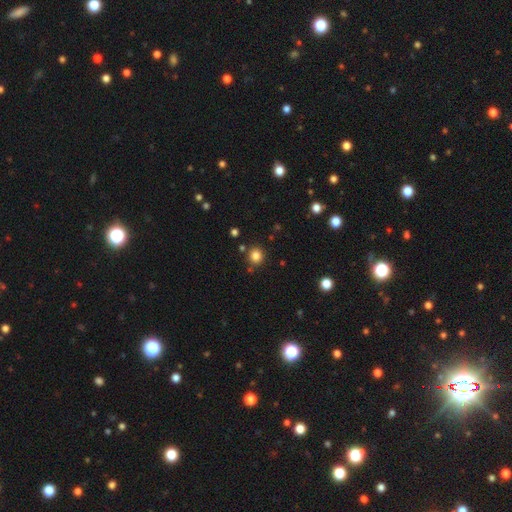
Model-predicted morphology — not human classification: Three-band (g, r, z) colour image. It shows a smooth galaxy with no disk features (82%) that is round (91%). Merging: none (85%).